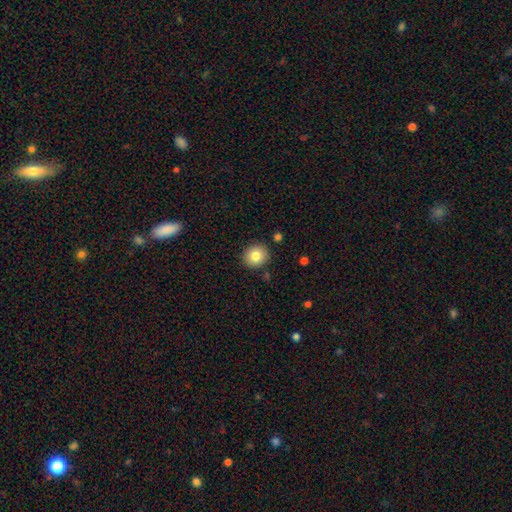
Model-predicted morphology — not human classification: smooth-or-featured: smooth: 80% | star or artifact: 10% | featured or disk: 10%
  how-rounded: round: 86% | in between: 13% | cigar-shaped: 1%
  merging: none: 89% | minor disturbance: 7% | merger: 2% | major disturbance: 2%